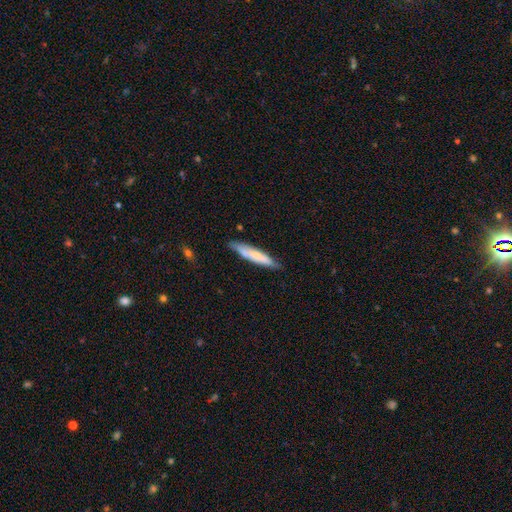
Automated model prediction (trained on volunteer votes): smooth_or_featured: smooth (p=0.58) [alt: featured or disk p=0.36]
how_rounded: cigar-shaped (p=0.88) [alt: in between p=0.11]
merging: none (p=0.80) [alt: minor disturbance p=0.15]